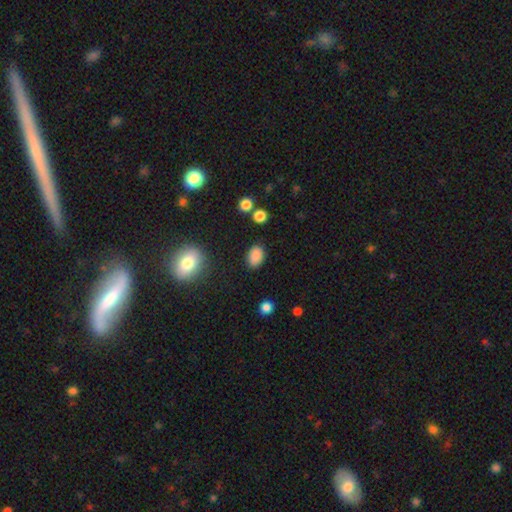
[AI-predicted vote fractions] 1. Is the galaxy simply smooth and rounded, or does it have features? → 86% smooth, 10% star or artifact, 4% featured or disk.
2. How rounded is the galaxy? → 82% in between, 17% round, 1% cigar-shaped.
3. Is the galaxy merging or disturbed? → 84% none, 11% minor disturbance, 3% major disturbance, 2% merger.